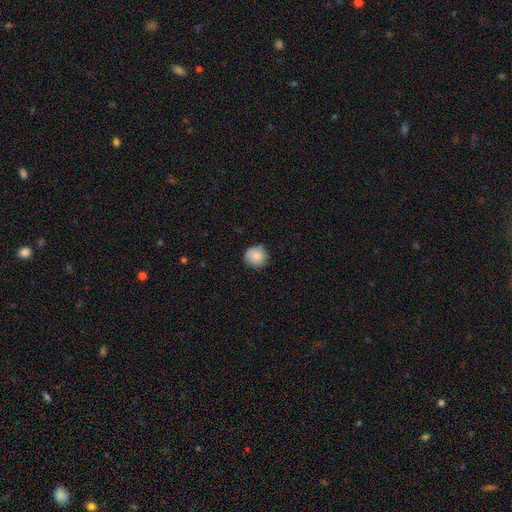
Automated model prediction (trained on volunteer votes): A smooth galaxy with no disk features (81%) that is round (90%).

Vote fractions:
- Smooth or featured? smooth: 81% / featured or disk: 11% / star or artifact: 8%
- How rounded? round: 90% / in between: 9% / cigar-shaped: 1%
- Merging? none: 75% / minor disturbance: 20% / major disturbance: 3% / merger: 1%